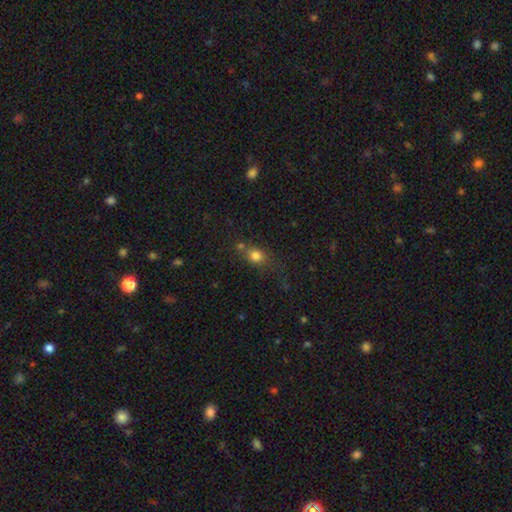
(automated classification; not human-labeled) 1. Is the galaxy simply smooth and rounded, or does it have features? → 78% smooth, 13% star or artifact, 9% featured or disk.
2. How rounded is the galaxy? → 57% round, 41% in between, 3% cigar-shaped.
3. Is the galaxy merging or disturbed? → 57% none, 19% minor disturbance, 16% merger, 8% major disturbance.